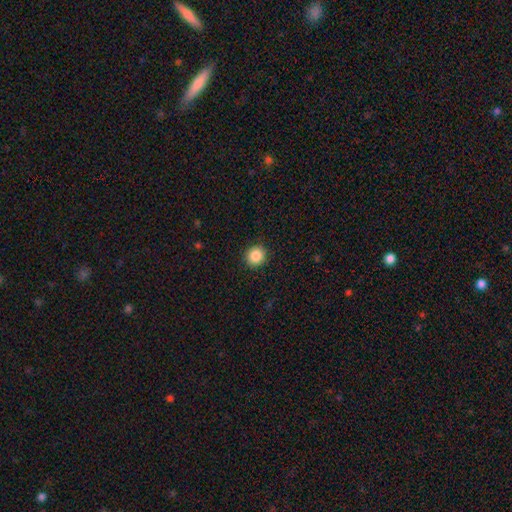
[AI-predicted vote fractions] smooth 87%, star or artifact 9%, featured or disk 4%. Down the decision tree: how rounded — round (92%); merging — none (91%).